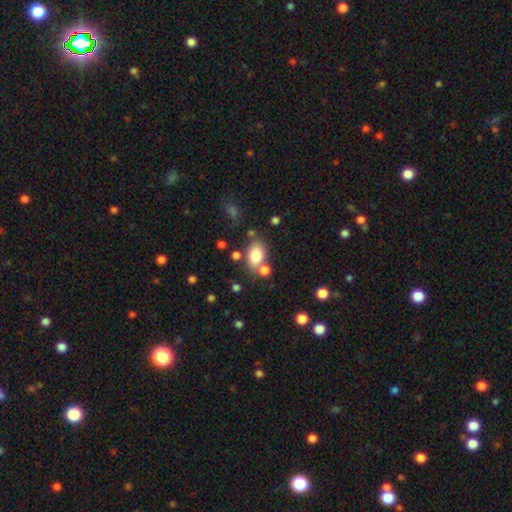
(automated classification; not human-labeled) This appears to be a smooth galaxy with no disk features (80%) that is in between round and cigar-shaped (80%). Merging: none (64%).